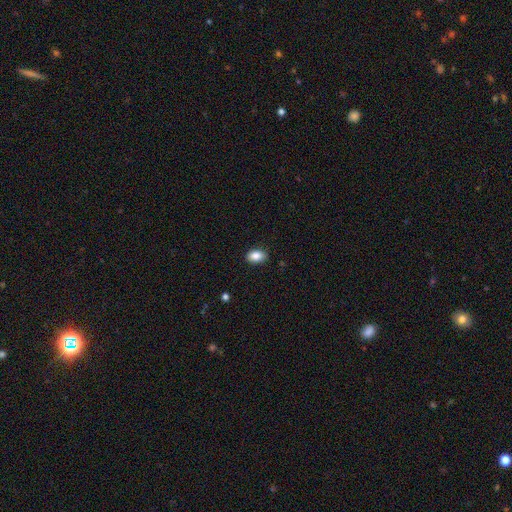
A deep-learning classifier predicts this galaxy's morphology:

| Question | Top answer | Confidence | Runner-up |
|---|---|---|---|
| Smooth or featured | smooth | 87% | star or artifact (8%) |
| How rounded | in between | 88% | round (11%) |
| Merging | none | 88% | minor disturbance (9%) |